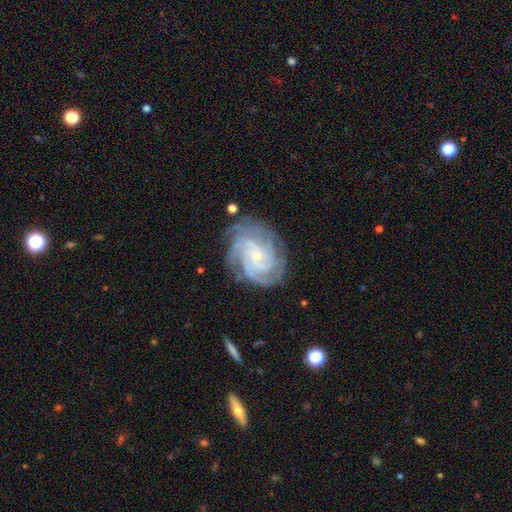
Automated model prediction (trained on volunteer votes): Overall: featured or disk (88%). Edge-on disk: no (98%). Bar: no (67%). Spiral arms: yes (98%). Spiral arm count: 4 (38%; more than 4 17%). Spiral winding: tight (70%). Bulge size: small (80%). Merging: none (77%).